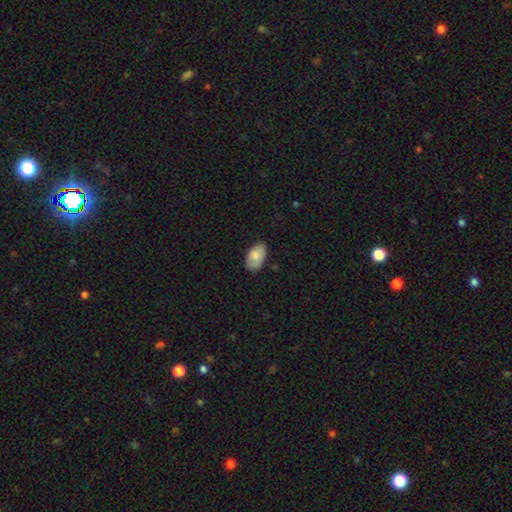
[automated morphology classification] Smooth or featured?
  - smooth: 82% *
  - featured or disk: 12%
  - star or artifact: 7%
How rounded?
  - in between: 94% *
  - round: 4%
  - cigar-shaped: 1%
Merging?
  - none: 76% *
  - minor disturbance: 20%
  - major disturbance: 3%
  - merger: 1%